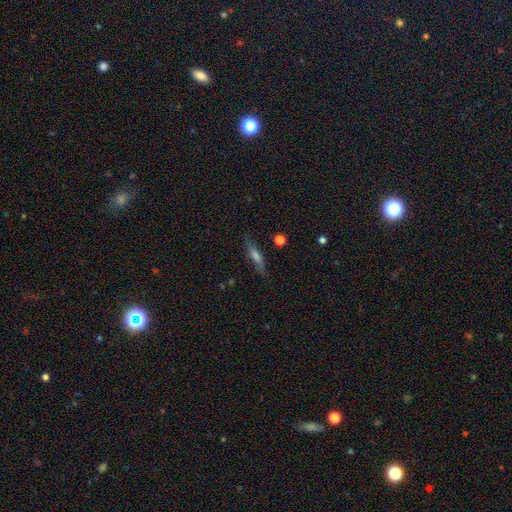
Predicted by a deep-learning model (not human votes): featured or disk 50%, smooth 40%, star or artifact 10%. Down the decision tree: edge-on disk — yes (89%); merging — none (82%).